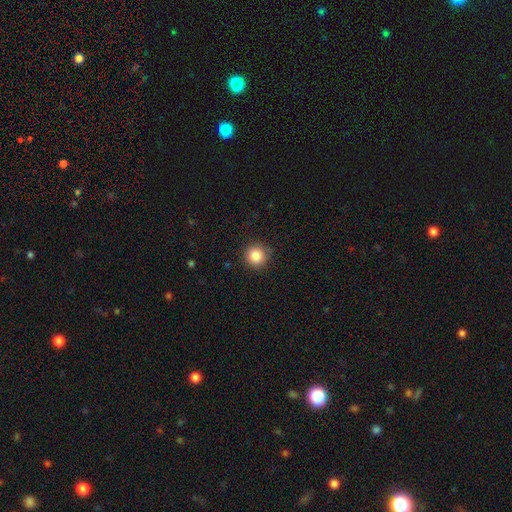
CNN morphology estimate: smooth-or-featured: smooth: 86% | star or artifact: 10% | featured or disk: 4%
  how-rounded: round: 94% | in between: 5% | cigar-shaped: 1%
  merging: none: 89% | minor disturbance: 8% | major disturbance: 2% | merger: 1%